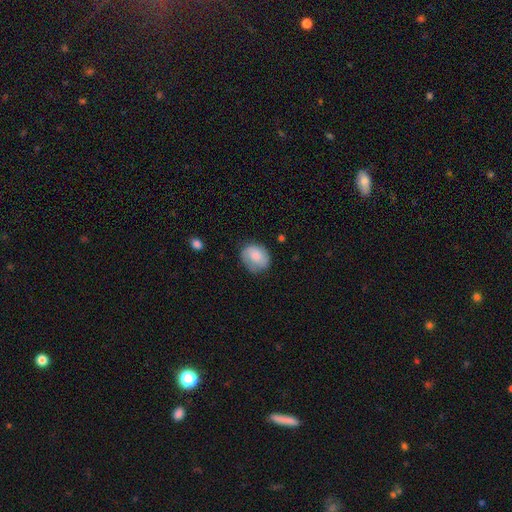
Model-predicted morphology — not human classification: smooth_or_featured: smooth (p=0.70) [alt: featured or disk p=0.23]
how_rounded: round (p=0.59) [alt: in between p=0.40]
merging: none (p=0.69) [alt: minor disturbance p=0.23]